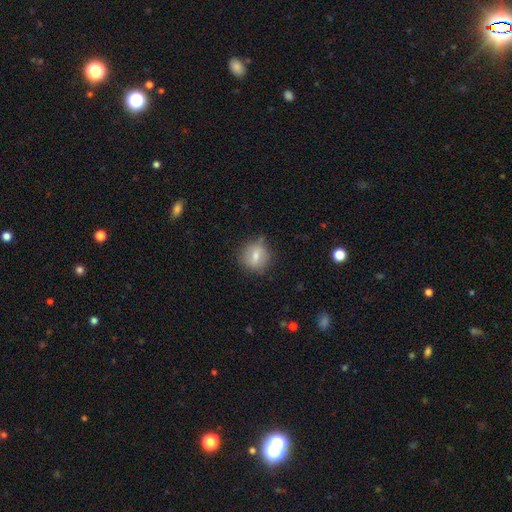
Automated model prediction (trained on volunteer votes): A smooth galaxy with no disk features (72%) that is round (83%).

Vote fractions:
- Smooth or featured? smooth: 72% / featured or disk: 20% / star or artifact: 9%
- How rounded? round: 83% / in between: 16% / cigar-shaped: 1%
- Merging? none: 76% / minor disturbance: 18% / major disturbance: 4% / merger: 2%